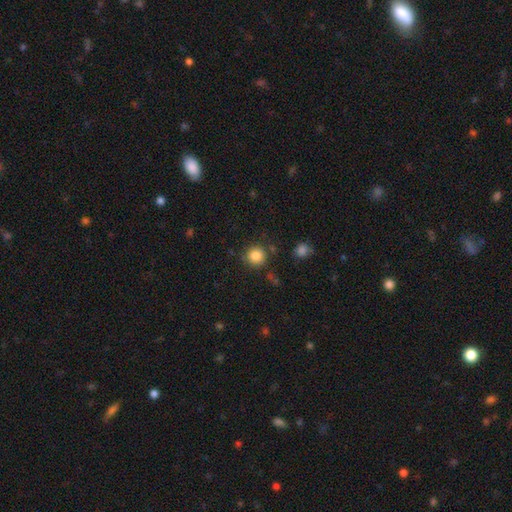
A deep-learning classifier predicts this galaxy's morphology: Smooth or featured?
  - smooth: 85% *
  - star or artifact: 11%
  - featured or disk: 5%
How rounded?
  - round: 92% *
  - in between: 7%
  - cigar-shaped: 1%
Merging?
  - none: 84% *
  - minor disturbance: 9%
  - merger: 4%
  - major disturbance: 3%